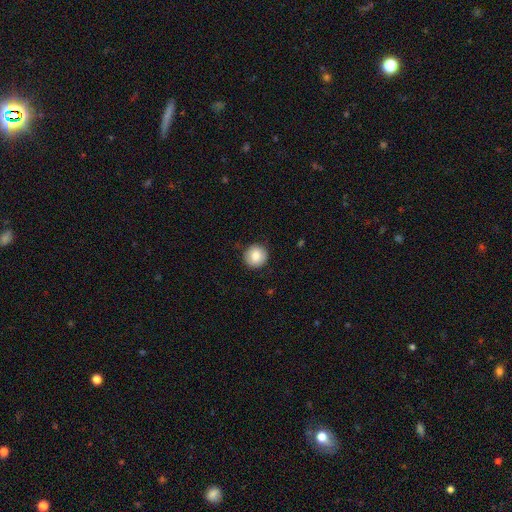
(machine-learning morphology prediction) This appears to be a smooth galaxy with no disk features (83%) that is round (92%). Merging: none (88%).